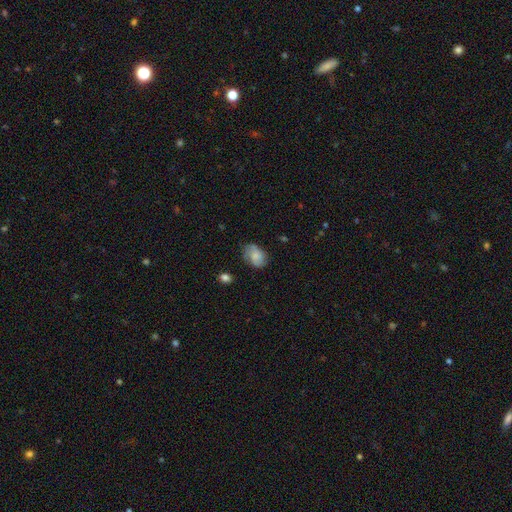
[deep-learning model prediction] Smooth or featured? smooth (66%)
How rounded? in between (77%)
Merging? none (62%)